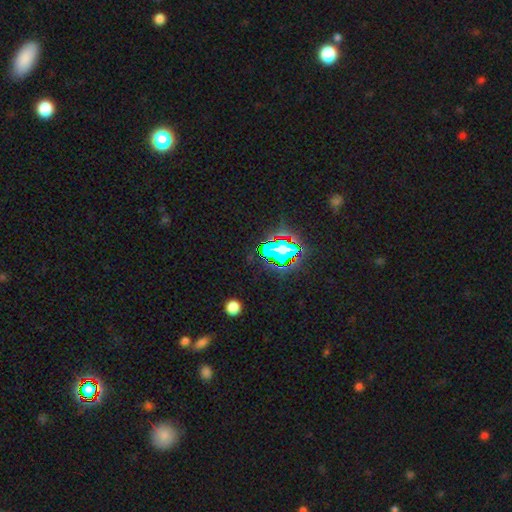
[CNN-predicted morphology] This is likely a star or artifact rather than a galaxy (74%).